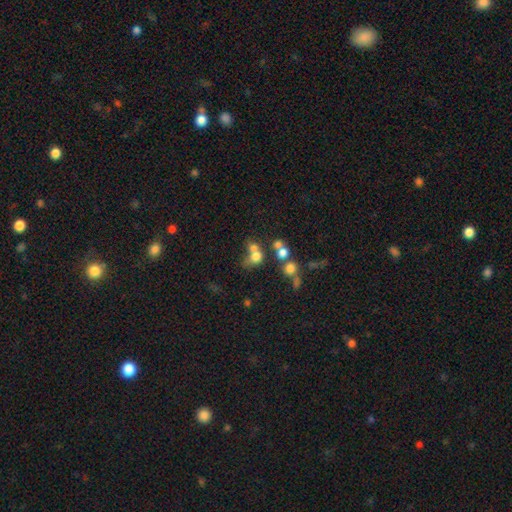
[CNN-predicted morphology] Q: Smooth or featured?
A: smooth (66%); runner-up: featured or disk (18%)
Q: How rounded?
A: round (71%); runner-up: in between (27%)
Q: Merging?
A: merger (49%); runner-up: none (33%)